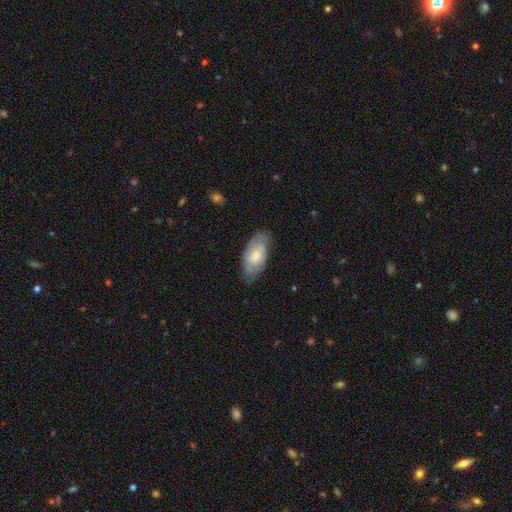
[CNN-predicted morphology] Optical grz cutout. It shows a smooth galaxy with no disk features (56%) that is in between round and cigar-shaped (91%). Merging: none (69%).